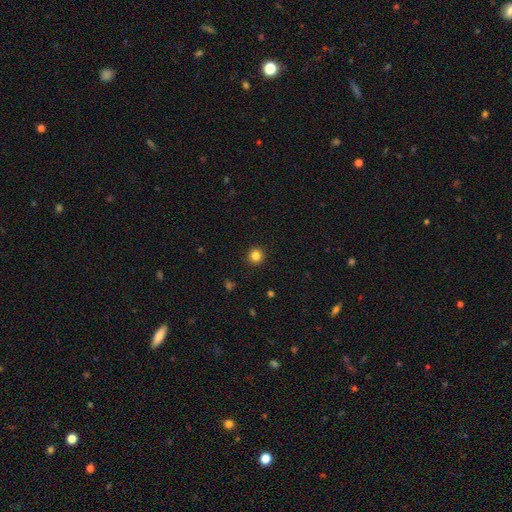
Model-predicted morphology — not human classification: smooth_or_featured: smooth (p=0.83) [alt: star or artifact p=0.12]
how_rounded: round (p=0.94) [alt: in between p=0.05]
merging: none (p=0.93) [alt: minor disturbance p=0.05]